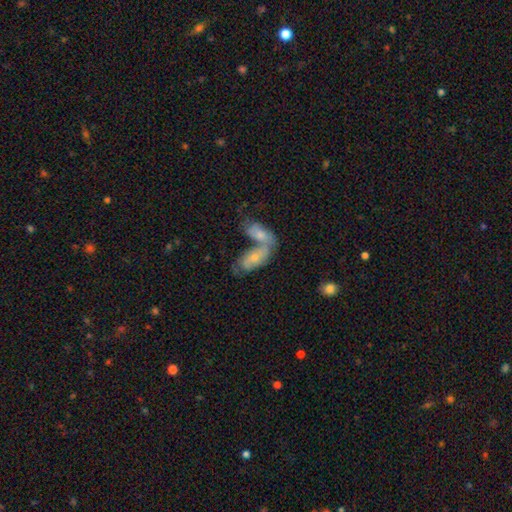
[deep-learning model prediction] Q: Smooth or featured?
A: featured or disk (49%); runner-up: smooth (42%)
Q: Merging?
A: merger (64%); runner-up: none (23%)